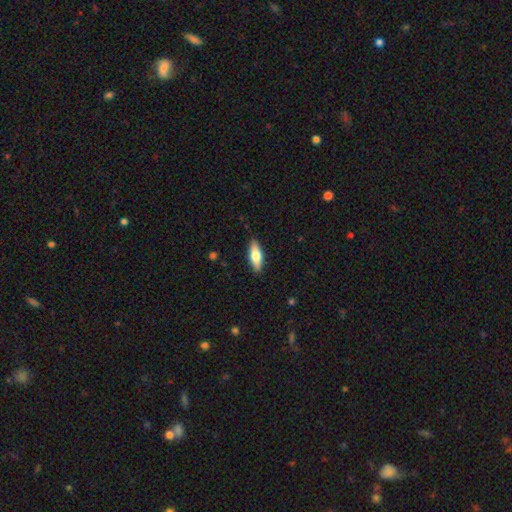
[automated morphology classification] type=smooth (66%); roundness=in between (64%); merging=none (88%).